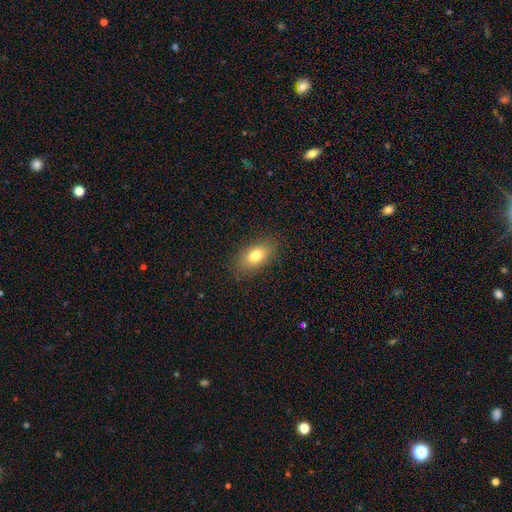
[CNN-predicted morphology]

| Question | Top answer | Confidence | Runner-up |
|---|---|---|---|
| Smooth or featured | smooth | 76% | featured or disk (14%) |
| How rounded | in between | 85% | round (10%) |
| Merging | none | 85% | minor disturbance (11%) |